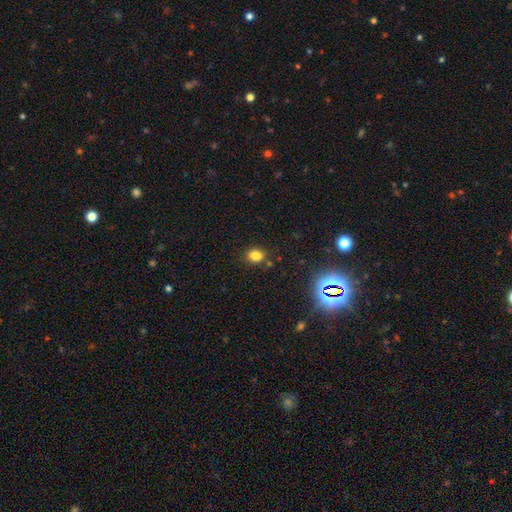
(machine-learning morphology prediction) Smooth or featured: smooth — 80% (star or artifact — 15%)
How rounded: in between — 51% (round — 48%)
Merging: none — 79% (minor disturbance — 13%)